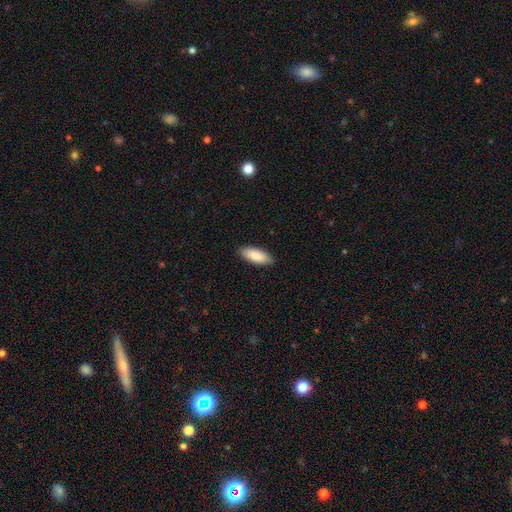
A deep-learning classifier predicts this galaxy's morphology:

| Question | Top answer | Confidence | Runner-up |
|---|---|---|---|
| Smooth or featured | smooth | 89% | featured or disk (6%) |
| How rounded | in between | 76% | cigar-shaped (22%) |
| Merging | none | 89% | minor disturbance (8%) |